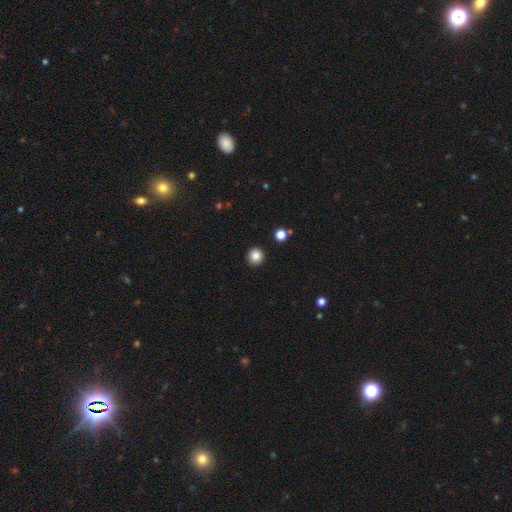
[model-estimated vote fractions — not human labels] This is clearly a smooth galaxy (86%). How rounded: clearly round (91%). Merging: clearly none (92%).